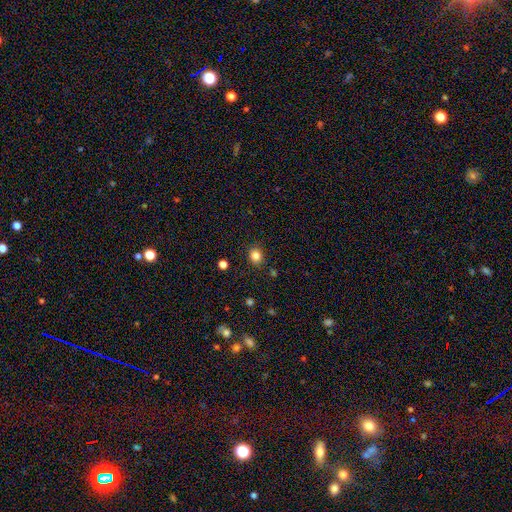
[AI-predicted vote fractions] A smooth galaxy with no disk features (83%) that is round (68%). Merging: none (87%).